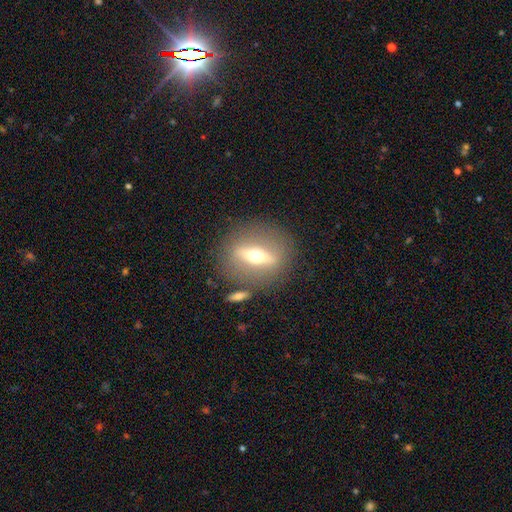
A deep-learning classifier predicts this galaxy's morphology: Smooth or featured: featured or disk — 67% (smooth — 25%)
Edge-on disk: yes — 61% (no — 39%)
Merging: none — 81% (minor disturbance — 9%)